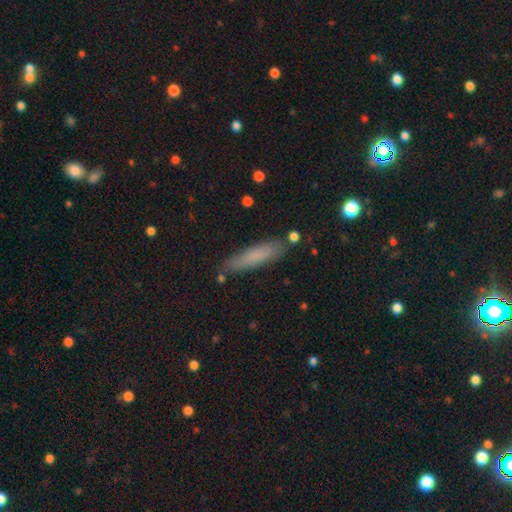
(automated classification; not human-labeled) Morphology: type=smooth (76%); roundness=cigar-shaped (82%); merging=none (83%).